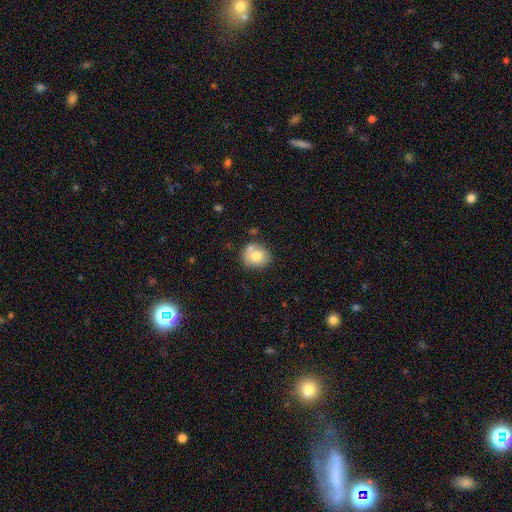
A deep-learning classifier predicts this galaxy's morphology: smooth 74%, featured or disk 17%, star or artifact 9%. Down the decision tree: how rounded — round (75%); merging — none (66%).